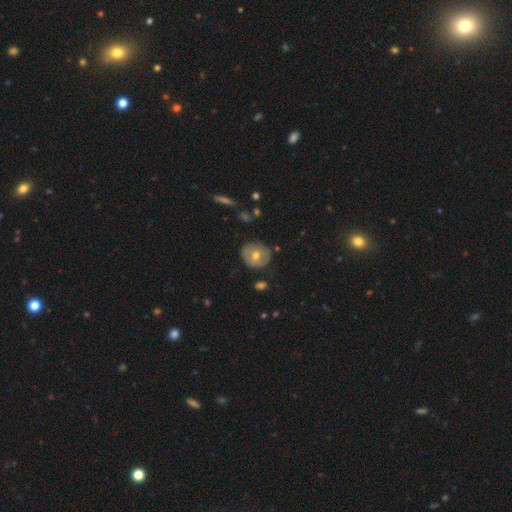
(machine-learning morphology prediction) Overall: smooth (53%; featured or disk 39%). How rounded: round (86%). Merging: none (78%).